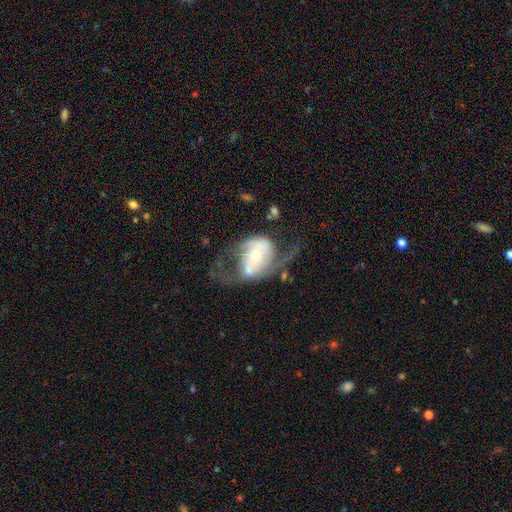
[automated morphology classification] A featured or disk galaxy (83%) with no bar (49%), 2 (87%) loose (48%) spiral arms (86%) and a moderate central bulge (52%). Merging: none (47%).